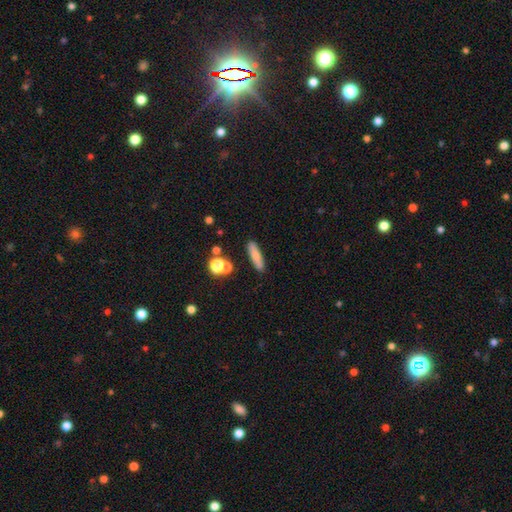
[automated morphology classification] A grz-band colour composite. It shows a smooth galaxy with no disk features (70%) that is cigar-shaped (74%). Merging: none (82%).